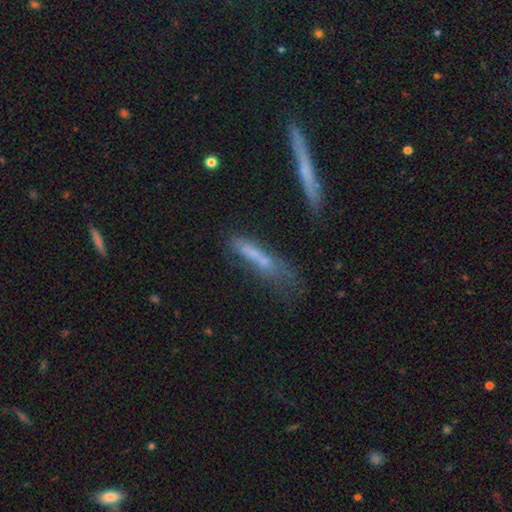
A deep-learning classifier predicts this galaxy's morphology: smooth_or_featured: smooth (p=0.56) [alt: featured or disk p=0.33]
how_rounded: cigar-shaped (p=0.83) [alt: in between p=0.14]
merging: none (p=0.39) [alt: minor disturbance p=0.23]